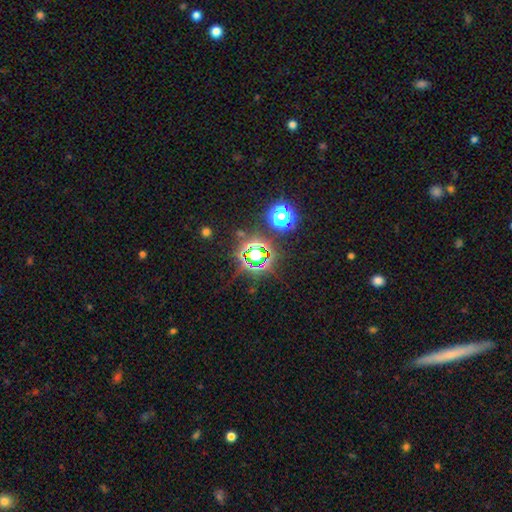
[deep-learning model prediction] Smooth or featured: star or artifact — 74% (smooth — 17%)